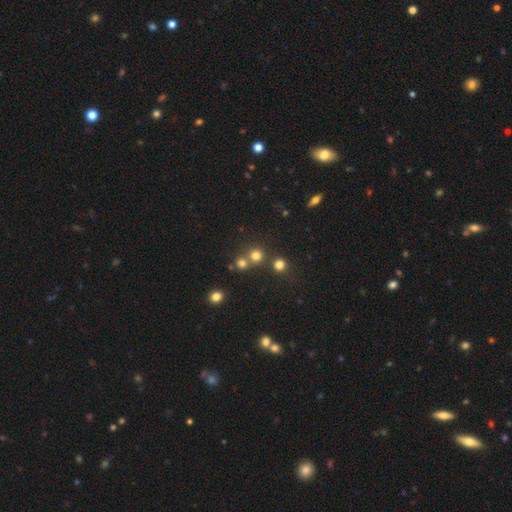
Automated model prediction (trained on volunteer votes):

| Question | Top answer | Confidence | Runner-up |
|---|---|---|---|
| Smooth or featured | smooth | 74% | star or artifact (19%) |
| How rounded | round | 91% | in between (8%) |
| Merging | none | 64% | merger (27%) |